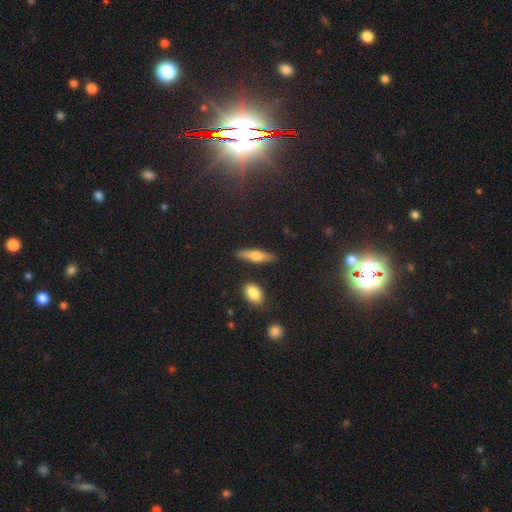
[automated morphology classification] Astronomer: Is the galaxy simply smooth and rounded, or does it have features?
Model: smooth — 52% (runner-up: featured or disk, 41%).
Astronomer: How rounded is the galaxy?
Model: cigar-shaped — 68%.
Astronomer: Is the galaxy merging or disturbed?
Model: none — 86%.